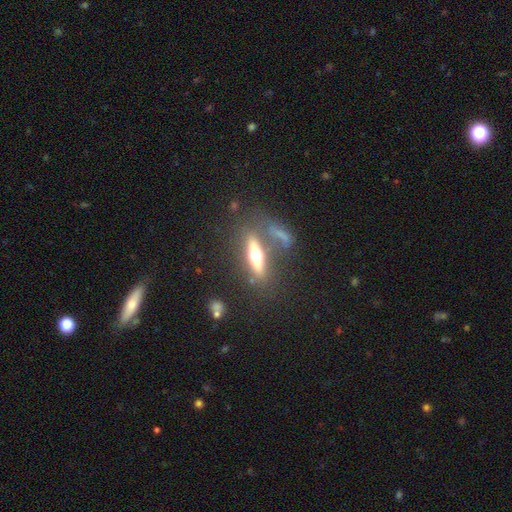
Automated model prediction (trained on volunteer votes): A featured or disk galaxy (59%) viewed edge-on (86%) with a rounded central bulge (93%).

Vote fractions:
- Smooth or featured? featured or disk: 59% / smooth: 33% / star or artifact: 8%
- Edge-on disk? yes: 86% / no: 14%
- Edge-on bulge? rounded: 93% / boxy: 4% / none: 3%
- Merging? none: 62% / minor disturbance: 15% / merger: 12% / major disturbance: 11%